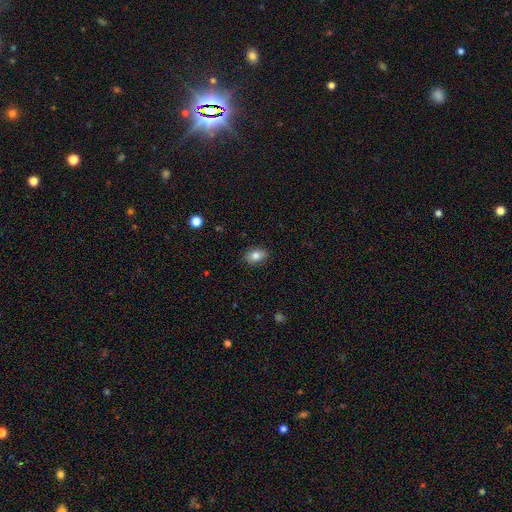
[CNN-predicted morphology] smooth 83%, featured or disk 9%, star or artifact 8%. Down the decision tree: how rounded — in between (83%); merging — none (88%).